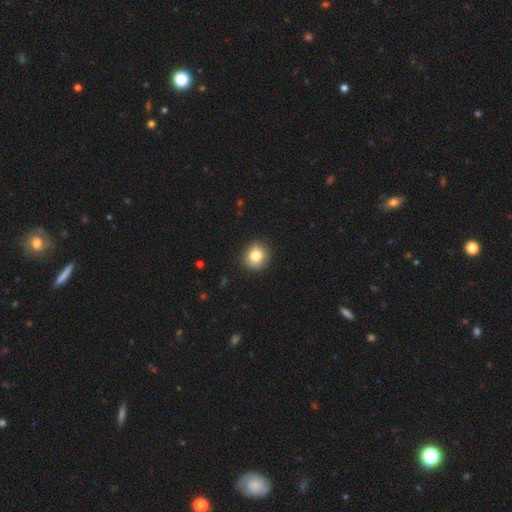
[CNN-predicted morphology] Q: Smooth or featured?
A: smooth (82%); runner-up: star or artifact (10%)
Q: How rounded?
A: round (84%); runner-up: in between (15%)
Q: Merging?
A: none (90%); runner-up: minor disturbance (7%)